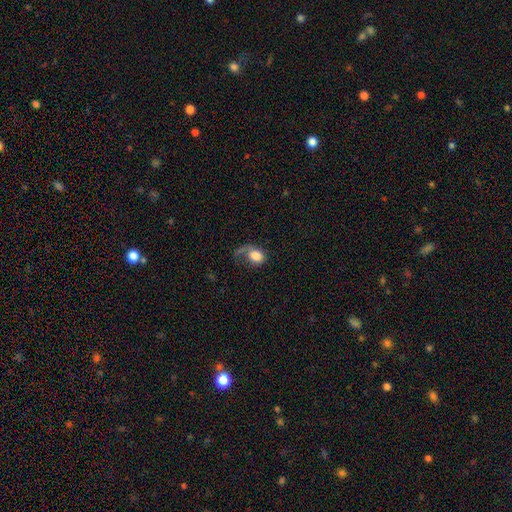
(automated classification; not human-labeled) Smooth or featured: smooth — 67% (featured or disk — 25%)
How rounded: in between — 53% (round — 46%)
Merging: major disturbance — 47% (none — 28%)